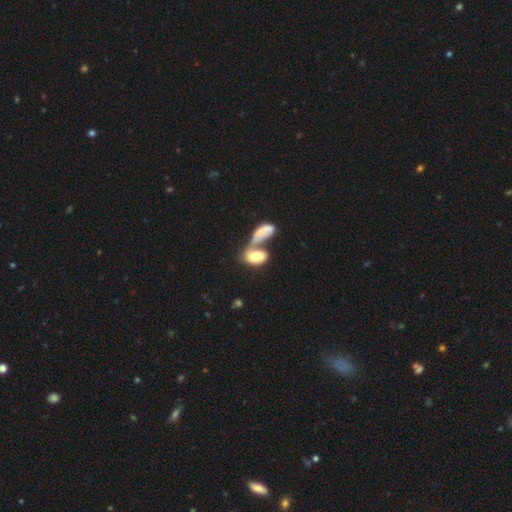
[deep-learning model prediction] Smooth or featured? Predicted: smooth (p=0.70). How rounded? Predicted: in between (p=0.91). Merging? Predicted: merger (p=0.72).